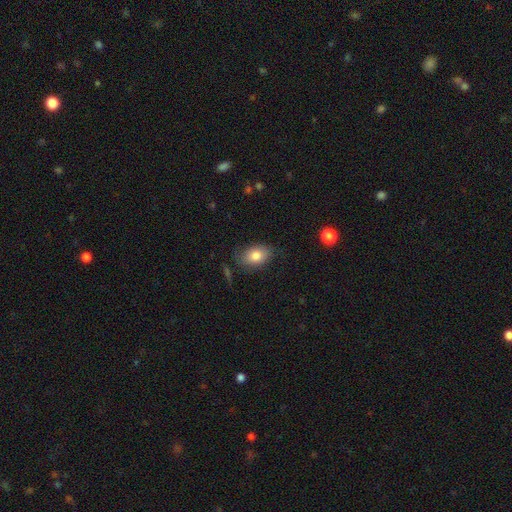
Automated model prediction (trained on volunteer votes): smooth-or-featured: smooth: 80% | featured or disk: 13% | star or artifact: 8%
  how-rounded: in between: 82% | round: 16% | cigar-shaped: 1%
  merging: none: 73% | minor disturbance: 20% | major disturbance: 5% | merger: 2%